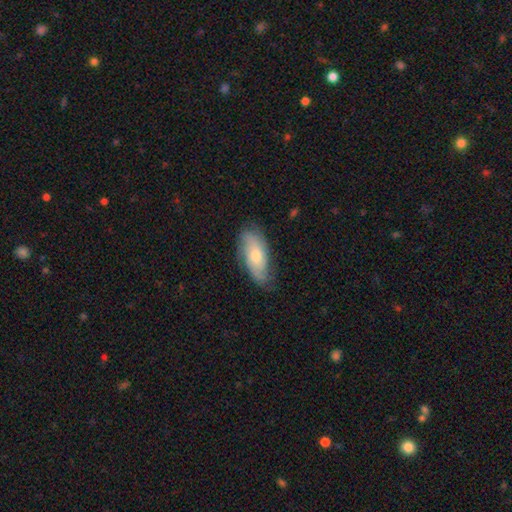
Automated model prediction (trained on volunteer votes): A featured or disk galaxy (51%). Merging: none (71%).